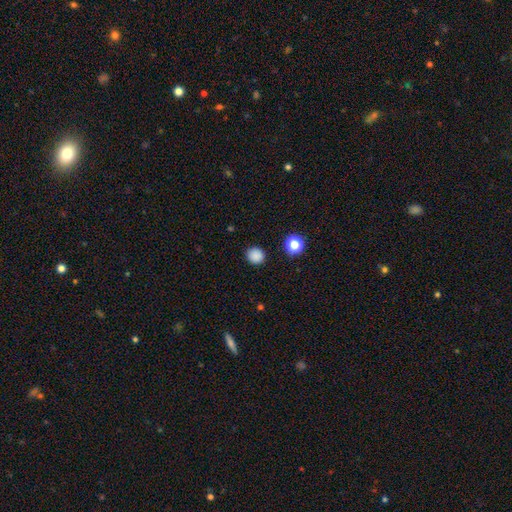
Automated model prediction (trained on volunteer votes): Smooth or featured?
  - smooth: 85% *
  - star or artifact: 12%
  - featured or disk: 3%
How rounded?
  - round: 90% *
  - in between: 9%
  - cigar-shaped: 1%
Merging?
  - none: 89% *
  - minor disturbance: 7%
  - major disturbance: 2%
  - merger: 2%